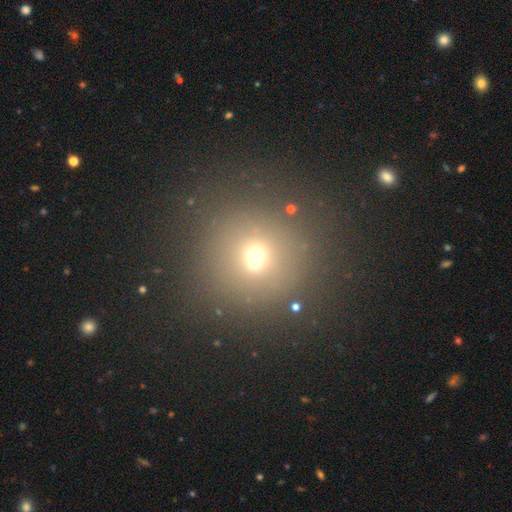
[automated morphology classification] Smooth or featured: smooth — 58% (star or artifact — 29%)
How rounded: round — 92% (in between — 7%)
Merging: none — 66% (merger — 22%)